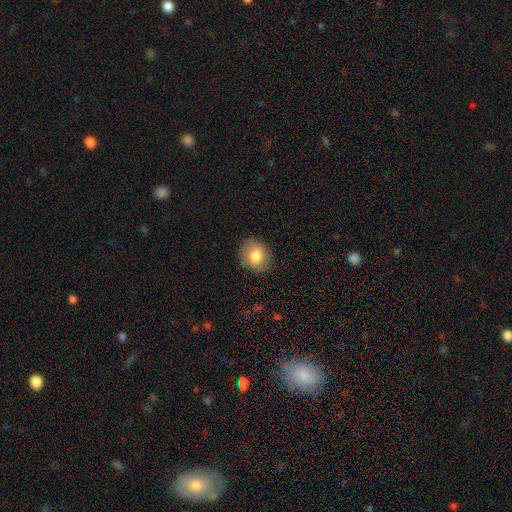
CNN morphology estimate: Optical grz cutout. It shows a smooth galaxy with no disk features (80%) that is round (61%). Merging: none (83%).